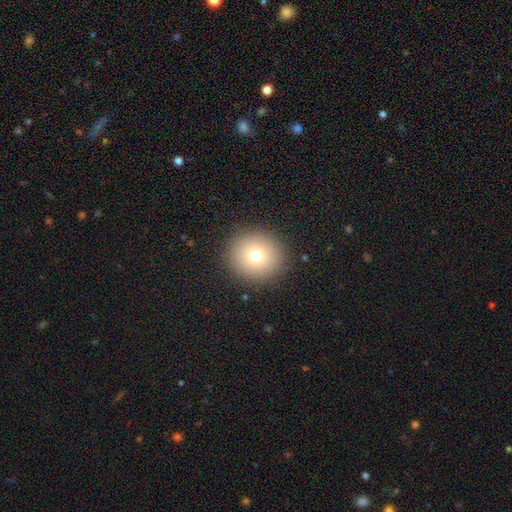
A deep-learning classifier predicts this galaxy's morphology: This is likely a smooth galaxy (74%). How rounded: clearly round (91%). Merging: clearly none (91%).